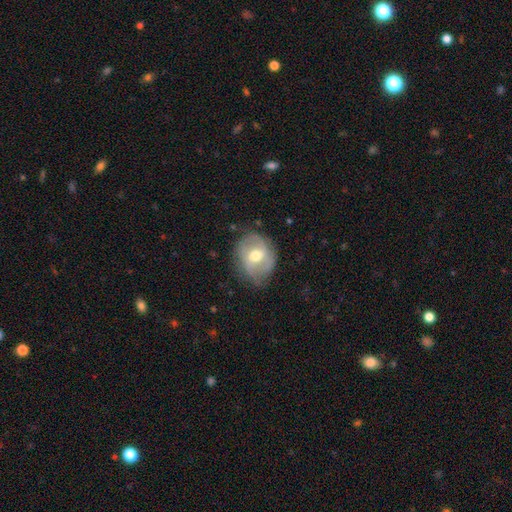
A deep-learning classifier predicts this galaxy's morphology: Smooth or featured?
  - featured or disk: 54% *
  - smooth: 39%
  - star or artifact: 7%
Edge-on disk?
  - no: 95% *
  - yes: 5%
Bar?
  - weak: 45% *
  - no: 37%
  - strong: 18%
Spiral arms?
  - yes: 62% *
  - no: 38%
Bulge size?
  - moderate: 75% *
  - small: 16%
  - large: 7%
  - none: 1%
  - dominant: 1%
Merging?
  - none: 64% *
  - minor disturbance: 25%
  - major disturbance: 9%
  - merger: 1%